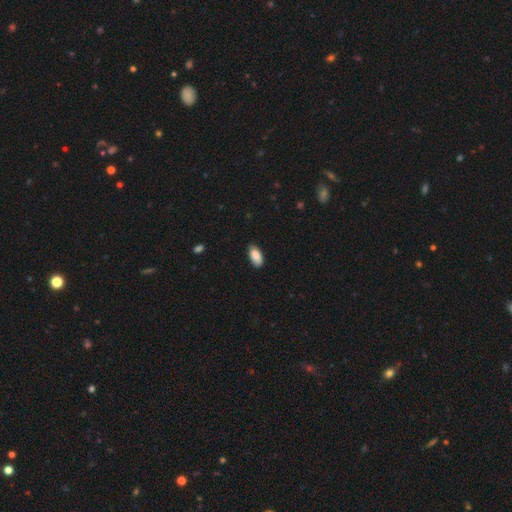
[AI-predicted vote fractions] This appears to be a smooth galaxy with no disk features (89%) that is in between round and cigar-shaped (93%). Merging: none (80%).